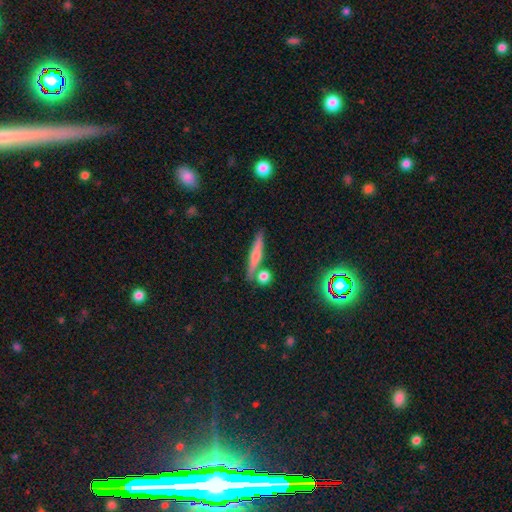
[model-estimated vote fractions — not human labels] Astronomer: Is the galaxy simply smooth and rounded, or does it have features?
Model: smooth — 48% (runner-up: featured or disk, 42%).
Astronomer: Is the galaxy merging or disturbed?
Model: none — 79%.